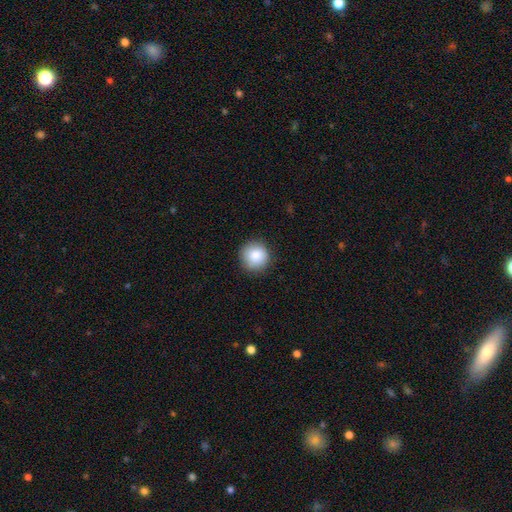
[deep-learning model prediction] This appears to be a smooth galaxy with no disk features (86%) that is round (94%). Merging: none (89%).